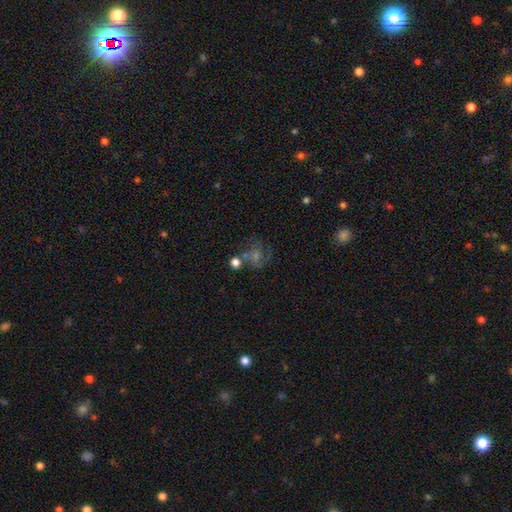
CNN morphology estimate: smooth_or_featured: featured or disk (p=0.50) [alt: smooth p=0.26]
disk_edge_on: no (p=0.97) [alt: yes p=0.03]
merging: none (p=0.61) [alt: minor disturbance p=0.16]